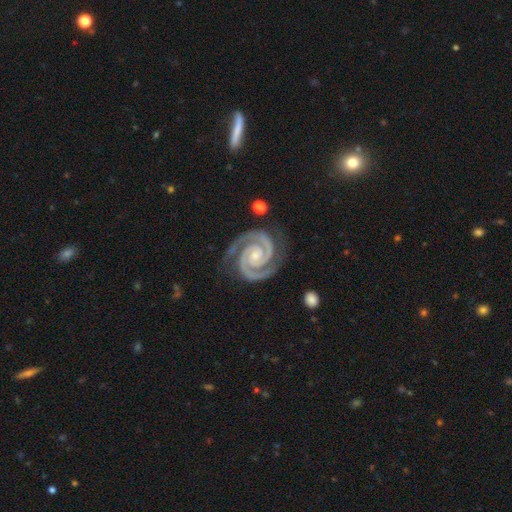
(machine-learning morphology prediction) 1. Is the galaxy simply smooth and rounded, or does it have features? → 95% featured or disk, 3% star or artifact, 2% smooth.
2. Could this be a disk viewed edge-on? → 98% no, 2% yes.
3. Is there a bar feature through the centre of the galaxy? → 64% no, 22% weak, 14% strong.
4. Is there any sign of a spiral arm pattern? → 99% yes, 1% no.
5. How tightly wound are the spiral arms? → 77% tight, 21% medium, 2% loose.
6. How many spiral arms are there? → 94% 2, 2% 3, 1% can't tell, 1% 1, 1% 4, 1% more than 4.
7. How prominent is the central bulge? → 64% small, 28% moderate, 5% none, 1% large, 1% dominant.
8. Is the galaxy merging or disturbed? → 83% none, 12% minor disturbance, 3% major disturbance, 2% merger.